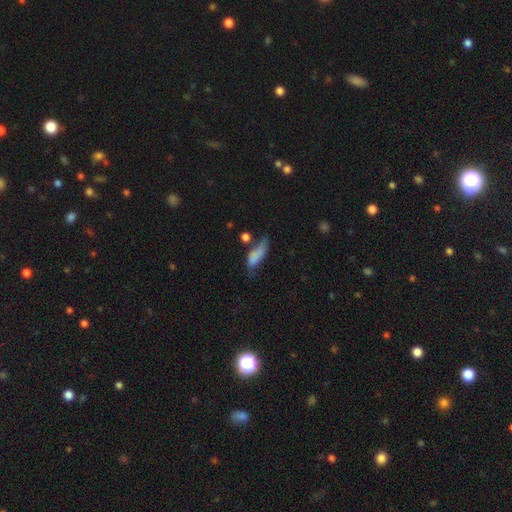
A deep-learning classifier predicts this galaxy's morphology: Q: Smooth or featured?
A: smooth (68%); runner-up: featured or disk (22%)
Q: How rounded?
A: in between (71%); runner-up: cigar-shaped (25%)
Q: Merging?
A: major disturbance (31%); runner-up: minor disturbance (28%)